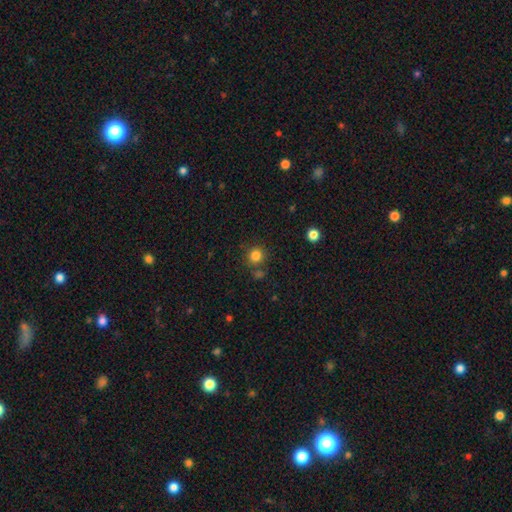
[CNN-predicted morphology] smooth-or-featured: smooth: 83% | star or artifact: 13% | featured or disk: 5%
  how-rounded: round: 90% | in between: 9% | cigar-shaped: 1%
  merging: none: 78% | minor disturbance: 9% | merger: 9% | major disturbance: 4%